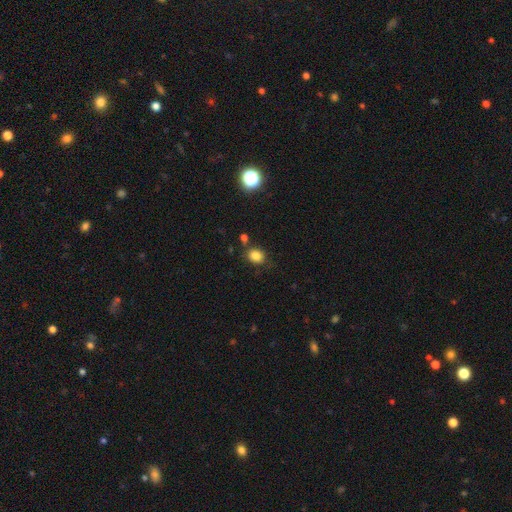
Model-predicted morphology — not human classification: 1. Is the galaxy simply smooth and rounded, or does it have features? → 82% smooth, 12% star or artifact, 5% featured or disk.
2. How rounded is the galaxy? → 58% round, 41% in between, 1% cigar-shaped.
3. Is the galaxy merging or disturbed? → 73% none, 15% minor disturbance, 7% merger, 5% major disturbance.